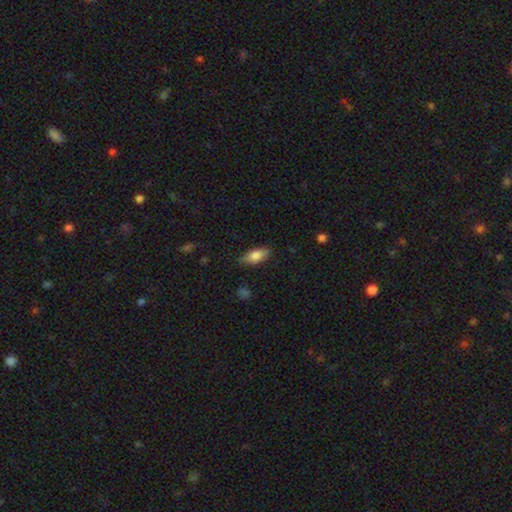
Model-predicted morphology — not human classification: smooth 77%, featured or disk 16%, star or artifact 7%. Down the decision tree: how rounded — in between (80%); merging — none (84%).